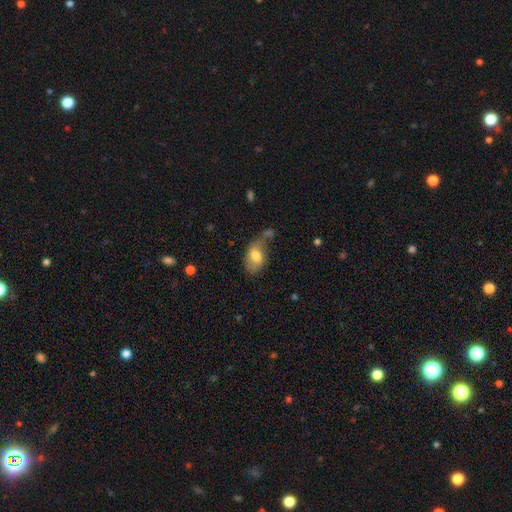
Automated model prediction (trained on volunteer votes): A smooth galaxy with no disk features (70%) that is in between round and cigar-shaped (88%). Merging: none (54%).